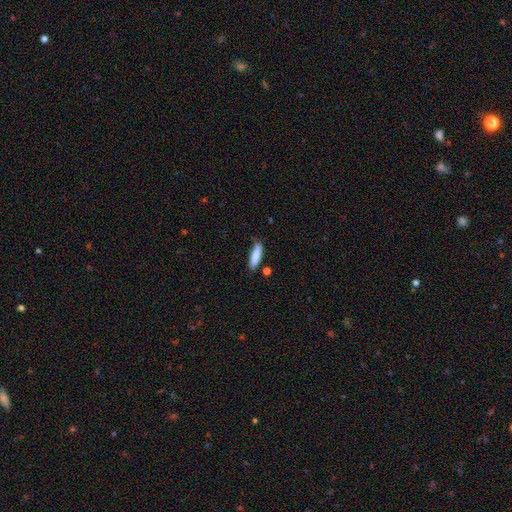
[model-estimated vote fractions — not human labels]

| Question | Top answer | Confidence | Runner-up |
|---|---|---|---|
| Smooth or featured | smooth | 86% | featured or disk (8%) |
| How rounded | cigar-shaped | 61% | in between (37%) |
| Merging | none | 76% | minor disturbance (17%) |